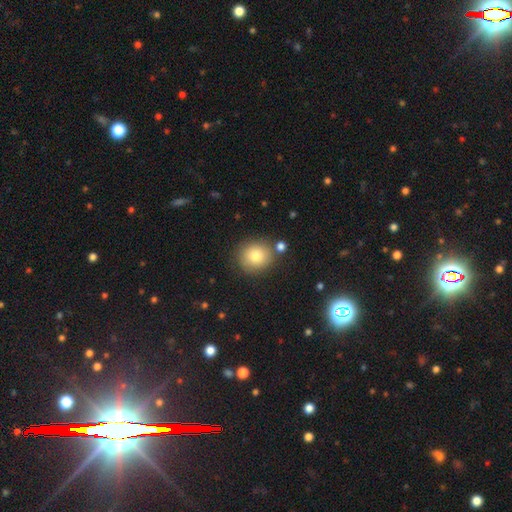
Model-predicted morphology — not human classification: Smooth or featured? Predicted: smooth (p=0.81). How rounded? Predicted: round (p=0.87). Merging? Predicted: none (p=0.80).